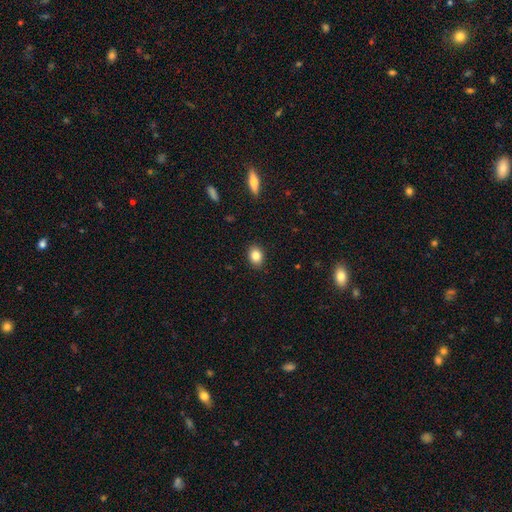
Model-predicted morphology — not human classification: smooth_or_featured: smooth (p=0.84) [alt: star or artifact p=0.09]
how_rounded: in between (p=0.68) [alt: round p=0.31]
merging: none (p=0.90) [alt: minor disturbance p=0.07]